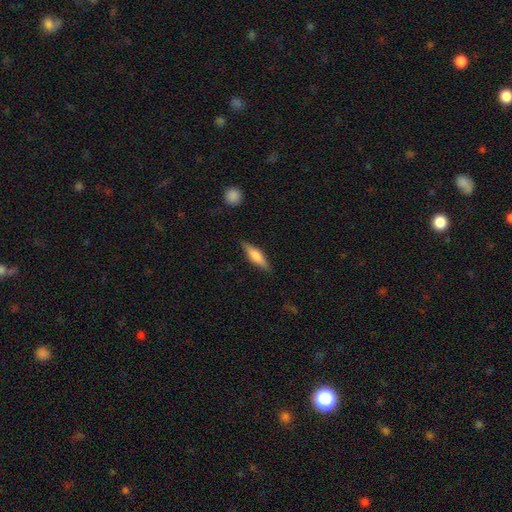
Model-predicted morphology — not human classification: Overall: smooth (54%; featured or disk 40%). How rounded: cigar-shaped (70%). Merging: none (86%).